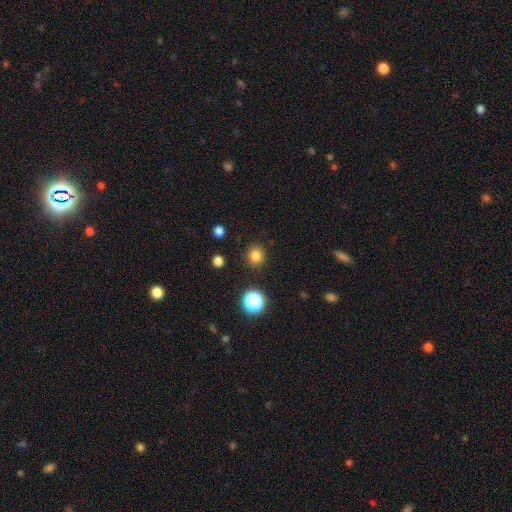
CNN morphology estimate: This appears to be a smooth galaxy with no disk features (81%) that is round (89%). Merging: none (90%).